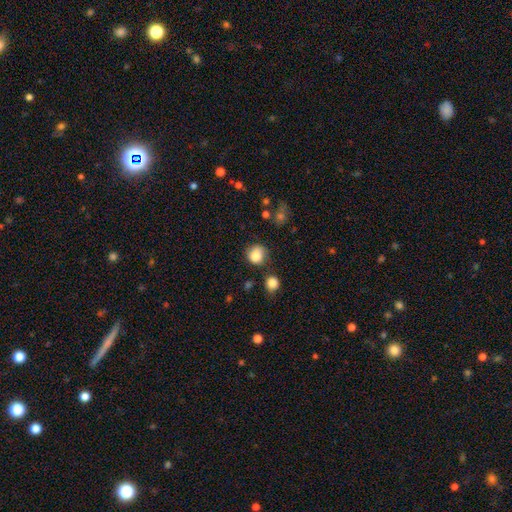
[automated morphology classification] Q: Smooth or featured?
A: smooth (84%); runner-up: star or artifact (10%)
Q: How rounded?
A: round (86%); runner-up: in between (13%)
Q: Merging?
A: none (72%); runner-up: minor disturbance (17%)